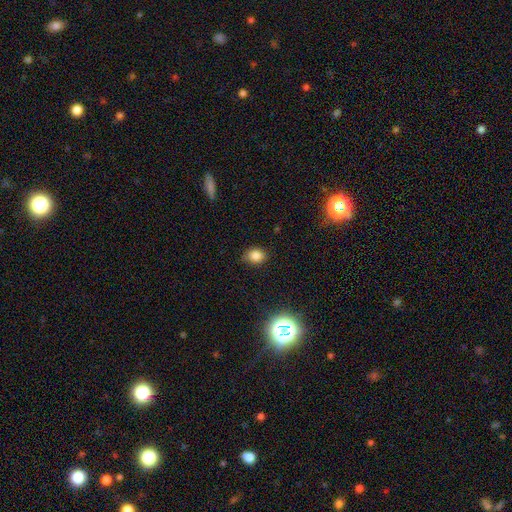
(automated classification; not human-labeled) Smooth or featured? smooth (82%)
How rounded? round (50%)
Merging? none (80%)